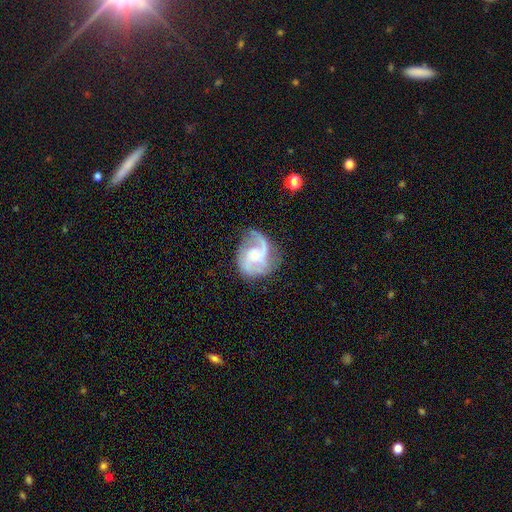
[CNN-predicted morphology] Smooth or featured?
  - featured or disk: 87% *
  - smooth: 8%
  - star or artifact: 5%
Edge-on disk?
  - no: 98% *
  - yes: 2%
Bar?
  - no: 55% *
  - weak: 37%
  - strong: 8%
Spiral arms?
  - yes: 97% *
  - no: 3%
Spiral winding?
  - medium: 52% *
  - loose: 31%
  - tight: 17%
Spiral arm count?
  - 2: 80% *
  - 1: 6%
  - 3: 6%
  - can't tell: 5%
  - 4: 2%
  - more than 4: 2%
Bulge size?
  - small: 58% *
  - moderate: 35%
  - none: 4%
  - large: 2%
  - dominant: 1%
Merging?
  - none: 67% *
  - minor disturbance: 20%
  - major disturbance: 11%
  - merger: 2%